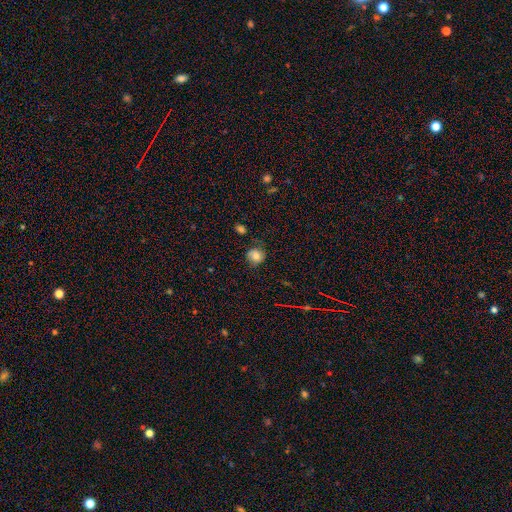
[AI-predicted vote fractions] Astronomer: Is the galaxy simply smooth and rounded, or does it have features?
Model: smooth — 74%.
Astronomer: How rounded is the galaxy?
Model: round — 79%.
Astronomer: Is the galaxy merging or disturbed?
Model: none — 67%.